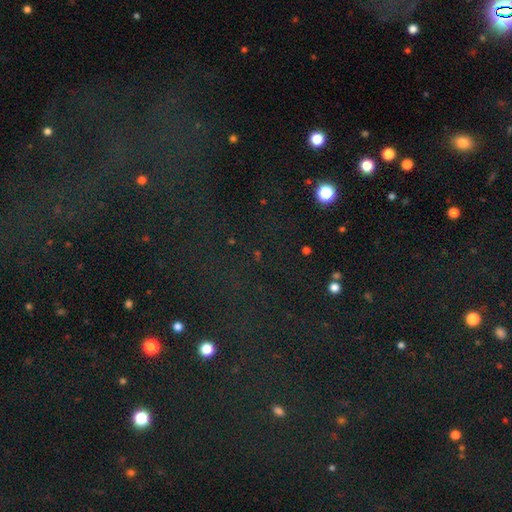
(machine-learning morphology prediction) Q: Smooth or featured?
A: star or artifact (78%); runner-up: smooth (13%)